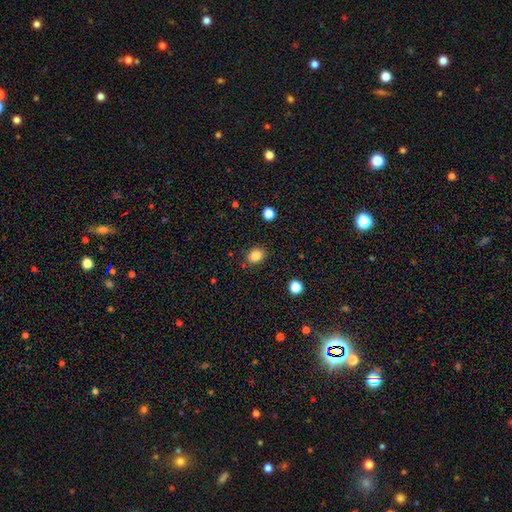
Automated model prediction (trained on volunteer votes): smooth-or-featured: smooth: 84% | star or artifact: 11% | featured or disk: 5%
  how-rounded: in between: 51% | round: 48% | cigar-shaped: 1%
  merging: none: 86% | minor disturbance: 10% | major disturbance: 3% | merger: 2%